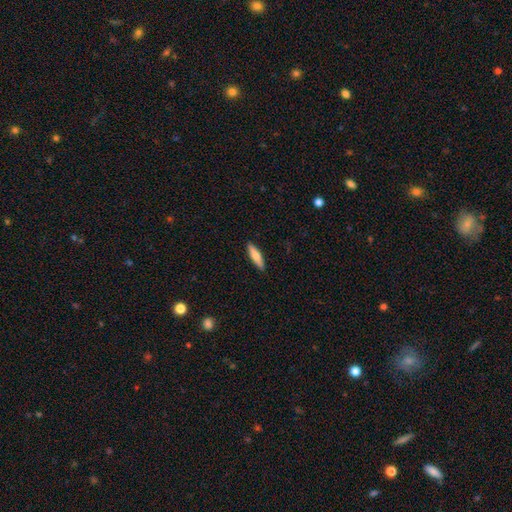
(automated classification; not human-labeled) The model was most divided on "how rounded": cigar-shaped: 72%, in between: 26%, round: 2%. More confident: merging — none (90%); smooth or featured — smooth (71%).